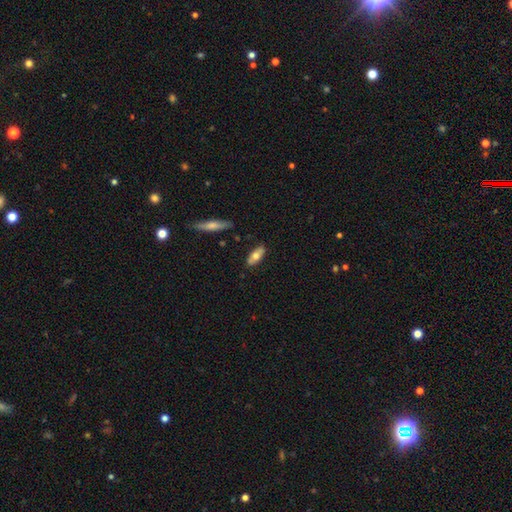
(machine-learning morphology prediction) A smooth galaxy with no disk features (65%) that is in between round and cigar-shaped (76%).

Vote fractions:
- Smooth or featured? smooth: 65% / featured or disk: 30% / star or artifact: 6%
- How rounded? in between: 76% / cigar-shaped: 21% / round: 3%
- Merging? none: 85% / minor disturbance: 11% / merger: 2% / major disturbance: 2%